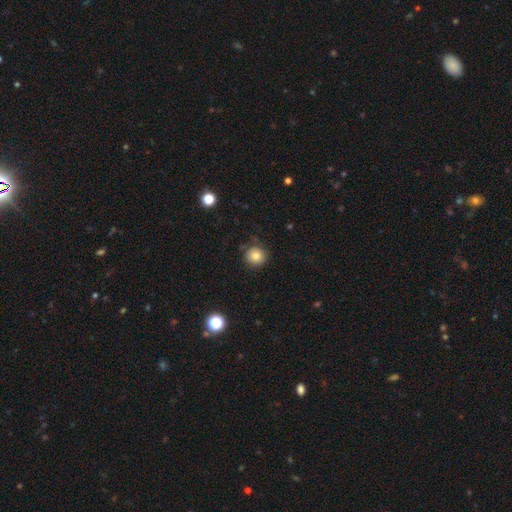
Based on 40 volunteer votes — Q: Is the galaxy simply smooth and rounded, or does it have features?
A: smooth — 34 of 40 (85%).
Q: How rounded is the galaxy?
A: round — 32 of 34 (94%).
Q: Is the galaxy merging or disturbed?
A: none — 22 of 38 (58%).